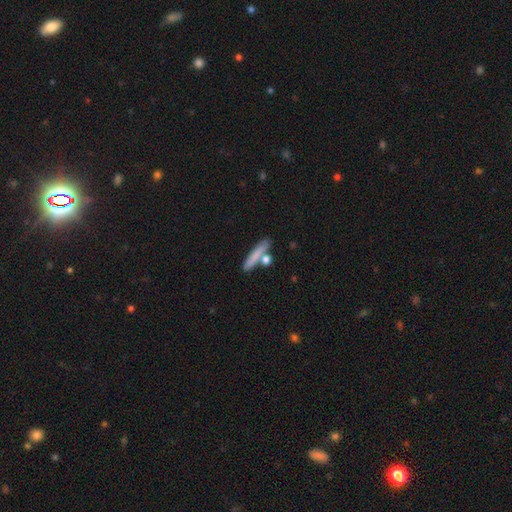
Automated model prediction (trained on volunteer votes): Smooth or featured: smooth — 74% (featured or disk — 18%)
How rounded: cigar-shaped — 80% (in between — 14%)
Merging: none — 69% (merger — 15%)